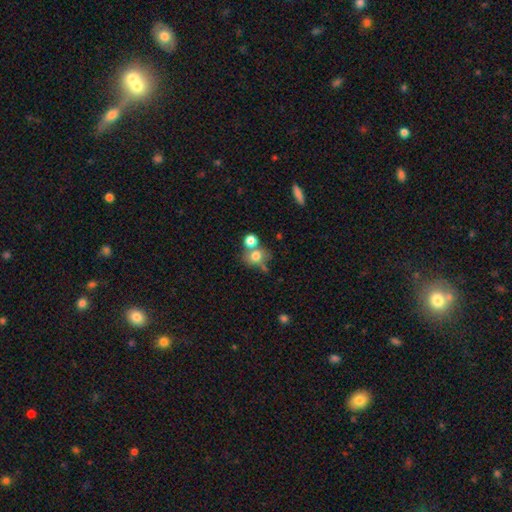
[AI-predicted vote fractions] This appears to be a smooth galaxy with no disk features (70%) that is round (69%). Merging: none (41%).